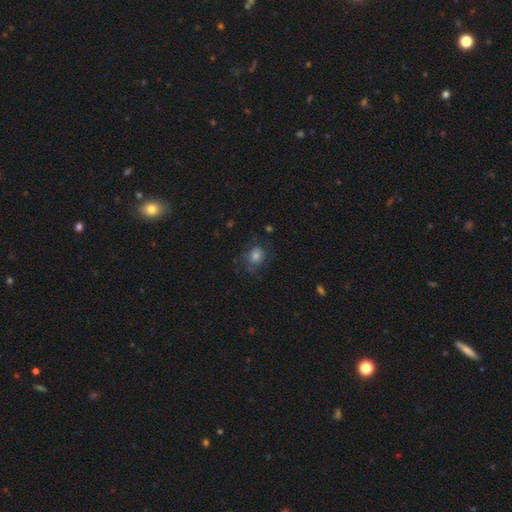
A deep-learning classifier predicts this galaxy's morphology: Overall: smooth (63%). How rounded: round (63%; in between 36%). Merging: none (66%).